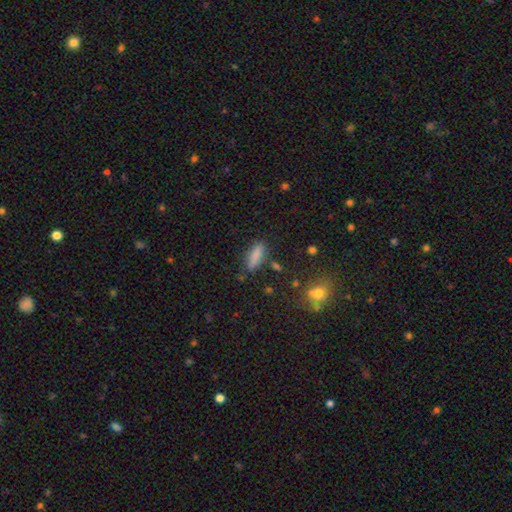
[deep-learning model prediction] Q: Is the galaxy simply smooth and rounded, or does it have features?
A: smooth — 83%.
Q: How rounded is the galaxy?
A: in between — 53%.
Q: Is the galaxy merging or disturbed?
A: none — 78%.